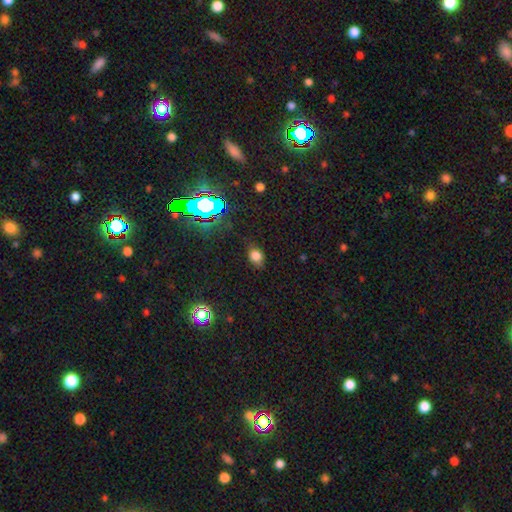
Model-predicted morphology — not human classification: A smooth galaxy with no disk features (73%) that is in between round and cigar-shaped (58%). Merging: none (74%).